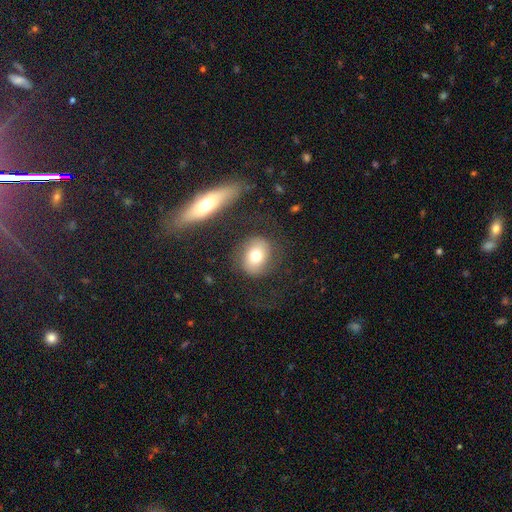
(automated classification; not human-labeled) smooth 65%, featured or disk 26%, star or artifact 9%. Down the decision tree: how rounded — round (60%); merging — none (71%).